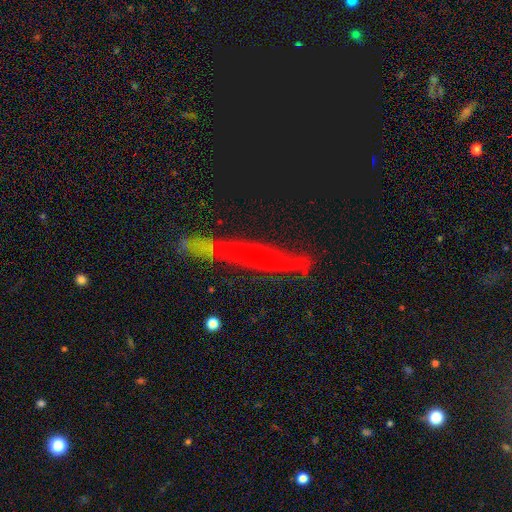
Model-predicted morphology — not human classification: smooth-or-featured: featured or disk: 57% | smooth: 28% | star or artifact: 15%
  disk-edge-on: yes: 73% | no: 27%
  merging: none: 60% | minor disturbance: 23% | major disturbance: 9% | merger: 8%